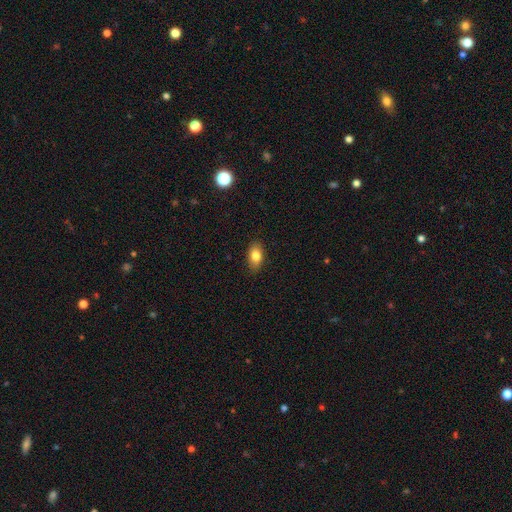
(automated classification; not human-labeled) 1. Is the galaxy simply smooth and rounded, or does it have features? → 83% smooth, 9% featured or disk, 8% star or artifact.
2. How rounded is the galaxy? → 88% in between, 9% round, 3% cigar-shaped.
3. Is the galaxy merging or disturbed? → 88% none, 9% minor disturbance, 2% major disturbance, 1% merger.